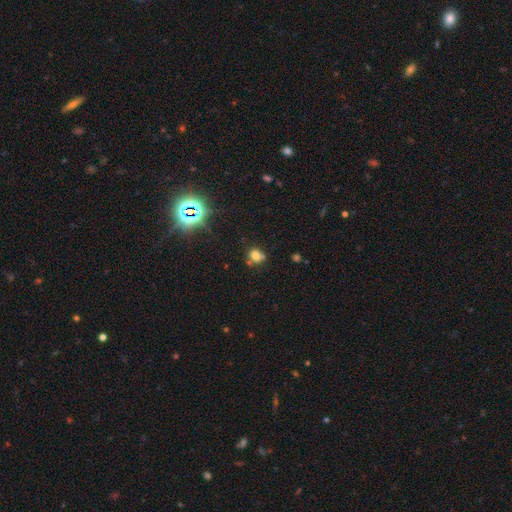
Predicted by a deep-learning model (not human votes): Smooth or featured: smooth — 69% (star or artifact — 20%)
How rounded: round — 70% (in between — 28%)
Merging: none — 57% (merger — 22%)